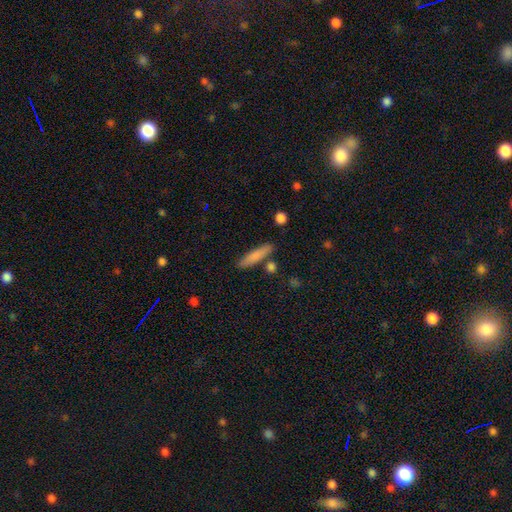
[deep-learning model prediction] This is likely a smooth galaxy (79%). How rounded: clearly cigar-shaped (83%). Merging: clearly none (82%).